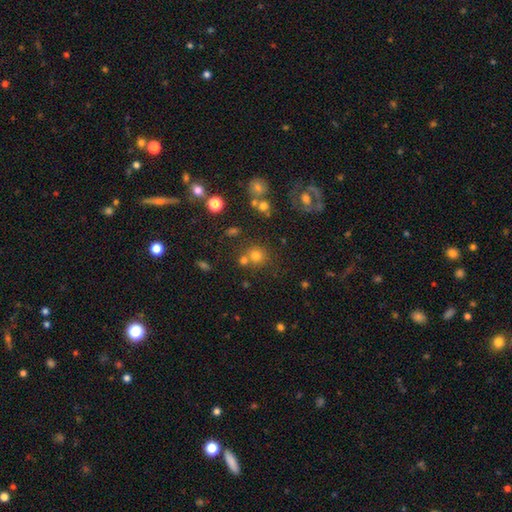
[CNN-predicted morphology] Smooth or featured? smooth (71%)
How rounded? round (85%)
Merging? none (64%)